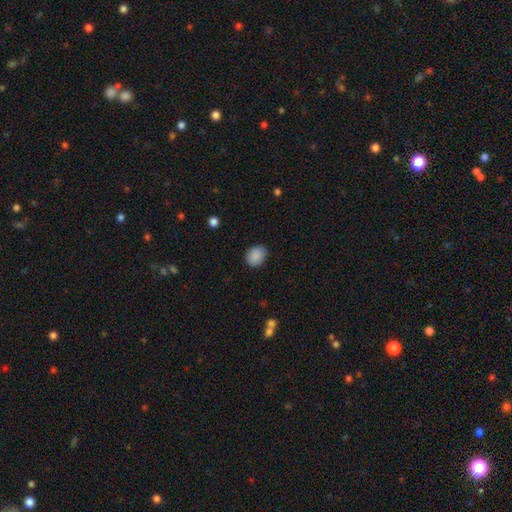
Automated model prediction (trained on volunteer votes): Overall: smooth (88%). How rounded: round (55%; in between 44%). Merging: none (85%).